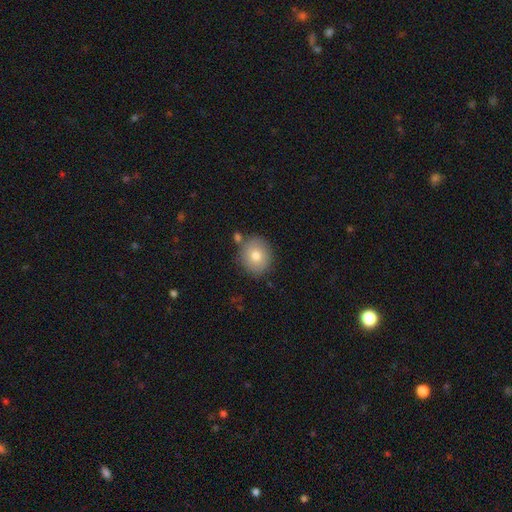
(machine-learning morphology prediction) Smooth or featured?
  - smooth: 77% *
  - featured or disk: 13%
  - star or artifact: 9%
How rounded?
  - round: 78% *
  - in between: 21%
  - cigar-shaped: 1%
Merging?
  - none: 79% *
  - minor disturbance: 11%
  - merger: 7%
  - major disturbance: 3%